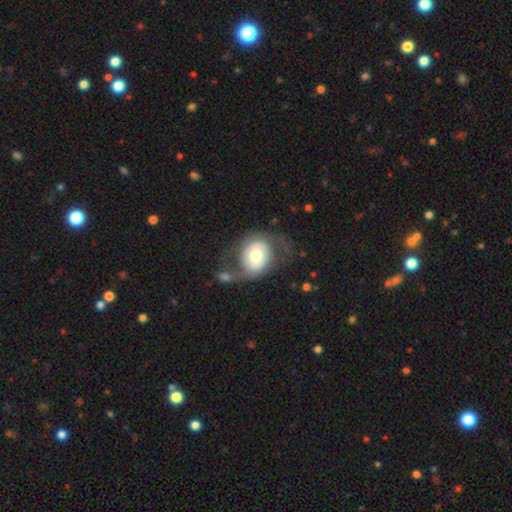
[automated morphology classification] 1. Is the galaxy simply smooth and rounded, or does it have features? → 54% featured or disk, 40% smooth, 6% star or artifact.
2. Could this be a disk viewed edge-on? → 95% no, 5% yes.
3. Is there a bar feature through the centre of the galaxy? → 73% no, 20% weak, 7% strong.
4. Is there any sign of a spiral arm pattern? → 51% no, 49% yes.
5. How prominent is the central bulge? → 68% moderate, 21% large, 7% small, 2% dominant, 1% none.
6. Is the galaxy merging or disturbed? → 47% none, 25% major disturbance, 20% minor disturbance, 8% merger.